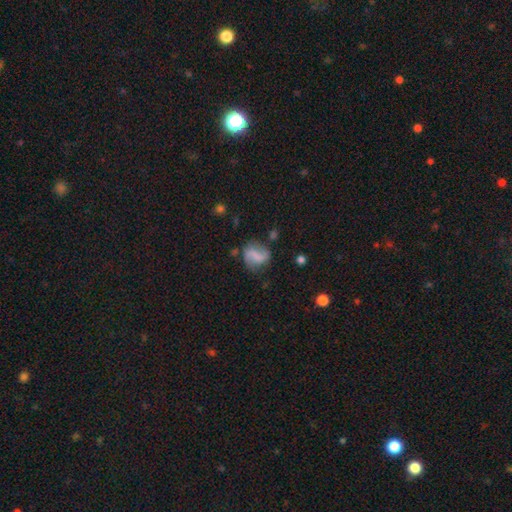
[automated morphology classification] Q: Smooth or featured?
A: featured or disk (58%); runner-up: smooth (33%)
Q: Edge-on disk?
A: no (98%); runner-up: yes (2%)
Q: Bar?
A: weak (40%); runner-up: no (34%)
Q: Spiral arms?
A: yes (87%); runner-up: no (13%)
Q: Bulge size?
A: none (62%); runner-up: small (19%)
Q: Merging?
A: none (62%); runner-up: minor disturbance (22%)